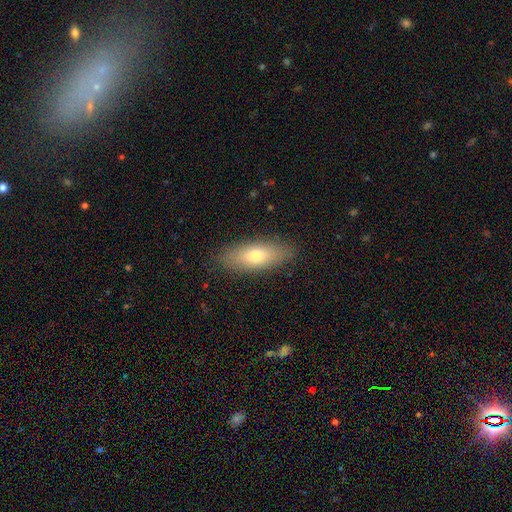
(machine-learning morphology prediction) This appears to be a smooth galaxy with no disk features (70%) that is in between round and cigar-shaped (67%). Merging: none (87%).